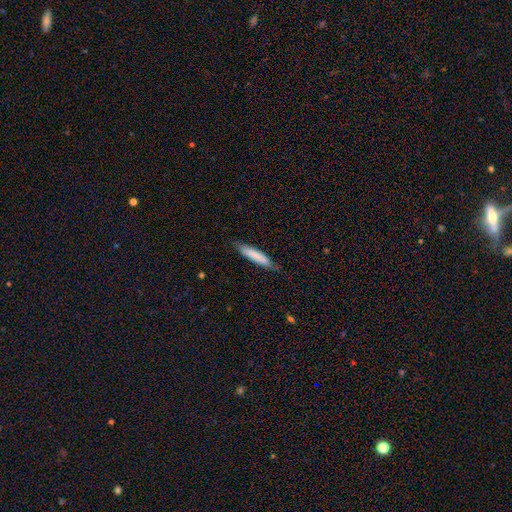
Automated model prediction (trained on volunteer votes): Overall: smooth (78%). How rounded: cigar-shaped (85%). Merging: none (78%).